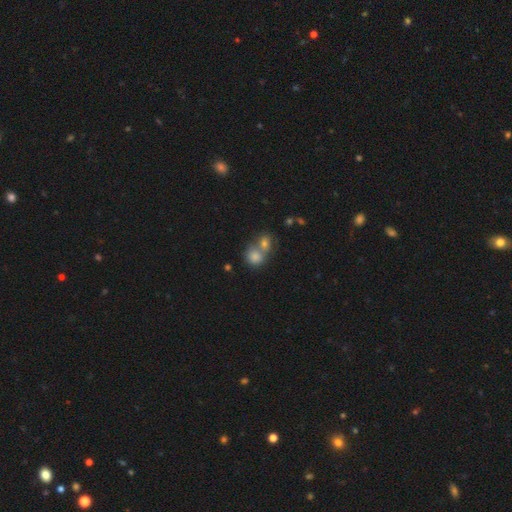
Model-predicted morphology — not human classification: Smooth or featured? smooth (79%)
How rounded? round (72%)
Merging? merger (59%)